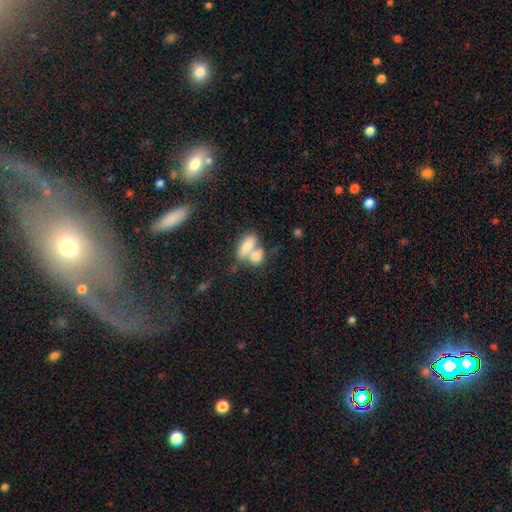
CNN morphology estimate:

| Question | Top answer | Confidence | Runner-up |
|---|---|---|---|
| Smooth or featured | smooth | 77% | featured or disk (15%) |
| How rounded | in between | 76% | round (14%) |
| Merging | merger | 62% | none (25%) |